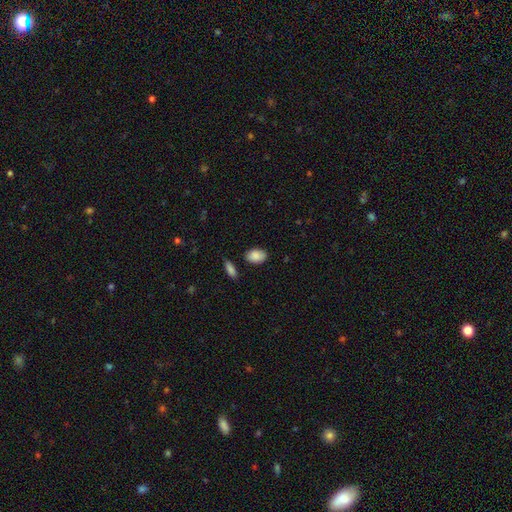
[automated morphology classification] This is clearly a smooth galaxy (88%). How rounded: clearly in between (87%). Merging: clearly none (81%).